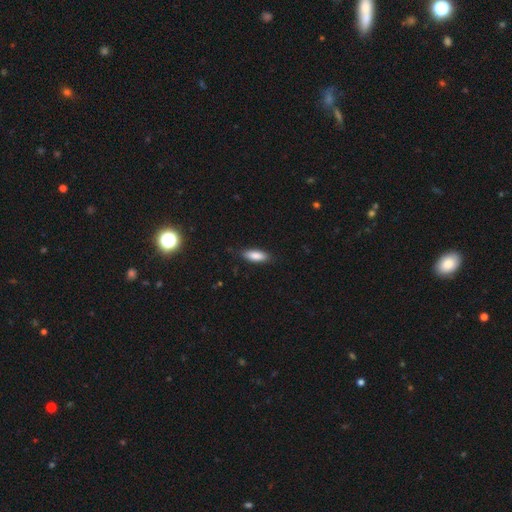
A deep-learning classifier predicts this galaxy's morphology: Smooth or featured? Predicted: smooth (p=0.85). How rounded? Predicted: in between (p=0.68). Merging? Predicted: none (p=0.84).